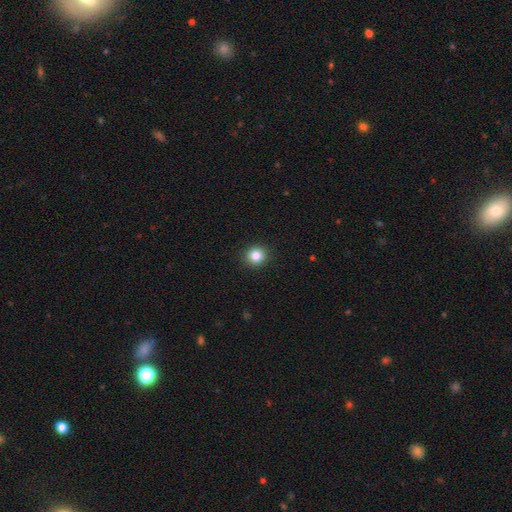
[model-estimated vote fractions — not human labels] Q: Smooth or featured?
A: smooth (83%); runner-up: star or artifact (11%)
Q: How rounded?
A: round (88%); runner-up: in between (11%)
Q: Merging?
A: none (92%); runner-up: minor disturbance (5%)